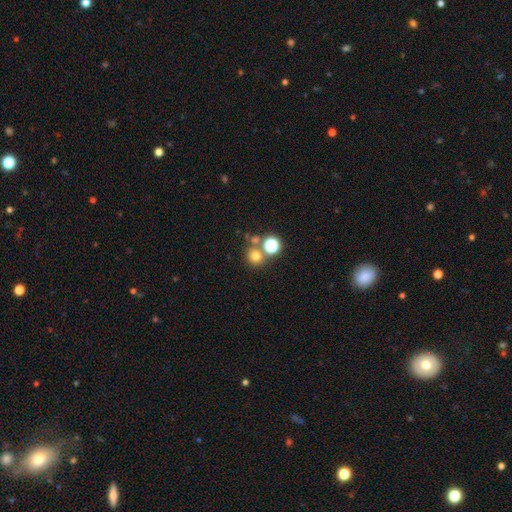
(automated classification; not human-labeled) Smooth or featured?
  - smooth: 71% *
  - star or artifact: 20%
  - featured or disk: 9%
How rounded?
  - round: 88% *
  - in between: 11%
  - cigar-shaped: 1%
Merging?
  - none: 66% *
  - merger: 23%
  - minor disturbance: 7%
  - major disturbance: 4%